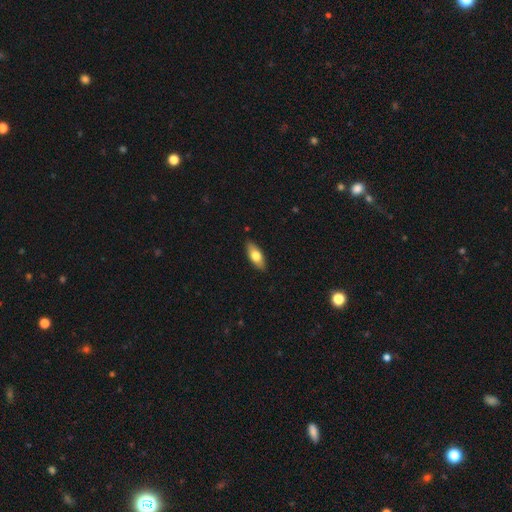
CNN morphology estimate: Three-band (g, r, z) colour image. It shows a smooth galaxy with no disk features (71%) that is in between round and cigar-shaped (79%). Merging: none (88%).